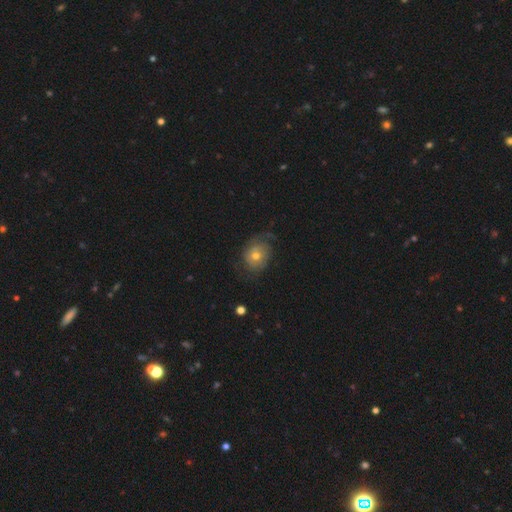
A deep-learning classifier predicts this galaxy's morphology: The model was most divided on "smooth or featured": smooth: 48%, featured or disk: 42%, star or artifact: 10%. More confident: merging — none (57%).